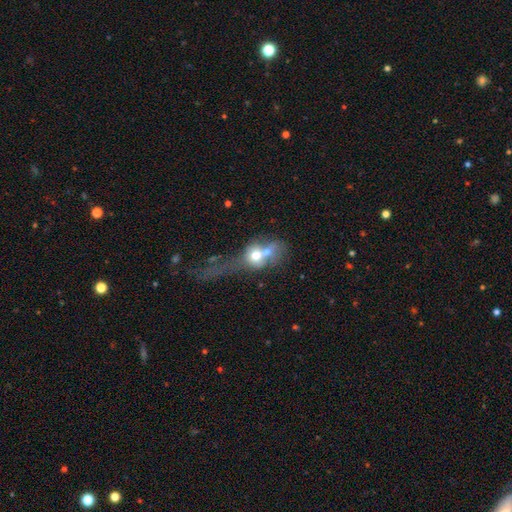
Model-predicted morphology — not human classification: Smooth or featured? smooth (59%)
How rounded? in between (48%, tied with round)
Merging? merger (60%)